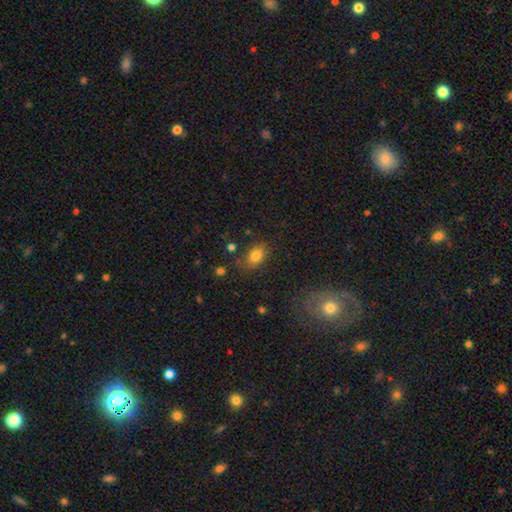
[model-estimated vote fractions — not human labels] Overall: smooth (80%). How rounded: in between (81%). Merging: none (78%).